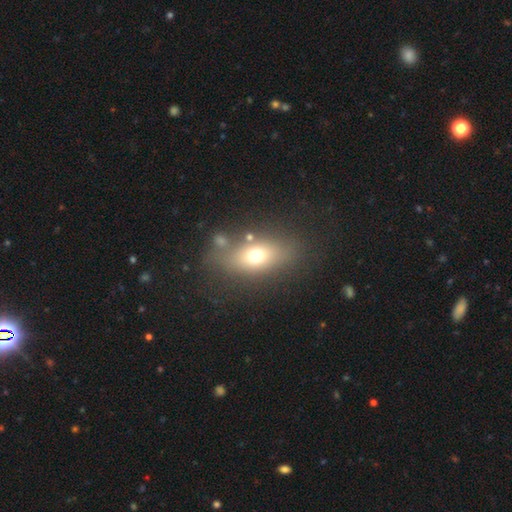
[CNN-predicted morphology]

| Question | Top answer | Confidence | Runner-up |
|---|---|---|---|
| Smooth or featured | smooth | 66% | featured or disk (20%) |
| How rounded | in between | 69% | round (24%) |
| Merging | none | 67% | minor disturbance (15%) |